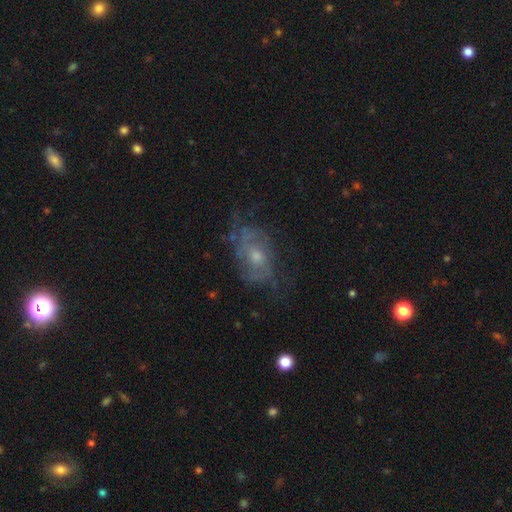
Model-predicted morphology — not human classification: featured or disk 64%, smooth 25%, star or artifact 11%. Down the decision tree: edge-on disk — no (95%); bar — no (77%); spiral arms — yes (67%); bulge size — moderate (51%); merging — none (56%).